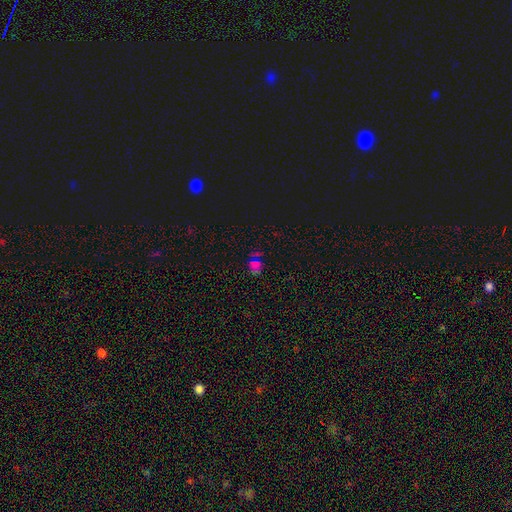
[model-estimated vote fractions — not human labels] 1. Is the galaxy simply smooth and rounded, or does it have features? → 60% star or artifact, 31% smooth, 9% featured or disk.